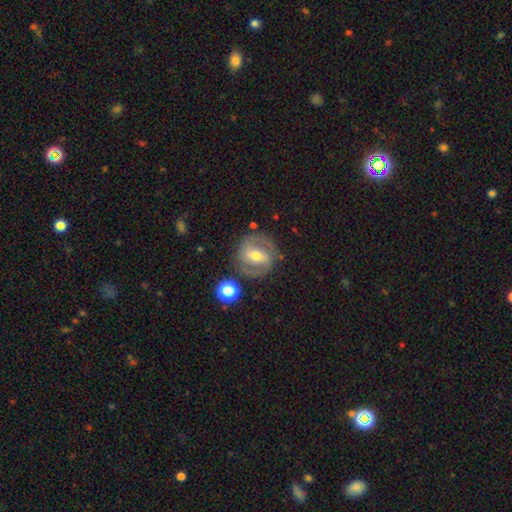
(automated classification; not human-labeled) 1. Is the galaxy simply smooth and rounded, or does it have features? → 72% featured or disk, 21% smooth, 7% star or artifact.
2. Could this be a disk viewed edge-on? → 96% no, 4% yes.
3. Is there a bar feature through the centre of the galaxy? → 45% strong, 37% weak, 18% no.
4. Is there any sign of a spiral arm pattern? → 76% yes, 24% no.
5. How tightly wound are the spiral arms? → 45% medium, 41% tight, 14% loose.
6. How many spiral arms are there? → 84% 2, 10% can't tell, 3% 1, 2% 3, 1% 4, 1% more than 4.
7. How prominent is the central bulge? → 66% moderate, 27% small, 5% large, 1% none, 1% dominant.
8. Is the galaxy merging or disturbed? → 78% none, 13% minor disturbance, 6% major disturbance, 3% merger.